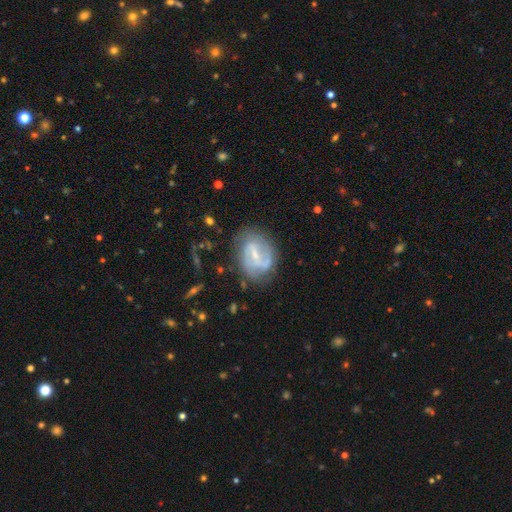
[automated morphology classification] A featured or disk galaxy (75%) with a weak bar (53%), 2 (67%) medium (42%) spiral arms (85%) and a small central bulge (60%).

Vote fractions:
- Smooth or featured? featured or disk: 75% / smooth: 18% / star or artifact: 7%
- Edge-on disk? no: 97% / yes: 3%
- Bar? weak: 53% / strong: 30% / no: 17%
- Spiral arms? yes: 85% / no: 15%
- Spiral winding? medium: 42% / tight: 30% / loose: 28%
- Spiral arm count? 2: 67% / can't tell: 19% / 1: 7% / 3: 5% / 4: 2% / more than 4: 2%
- Bulge size? small: 60% / moderate: 27% / none: 11% / large: 2% / dominant: 1%
- Merging? none: 65% / minor disturbance: 21% / major disturbance: 11% / merger: 3%